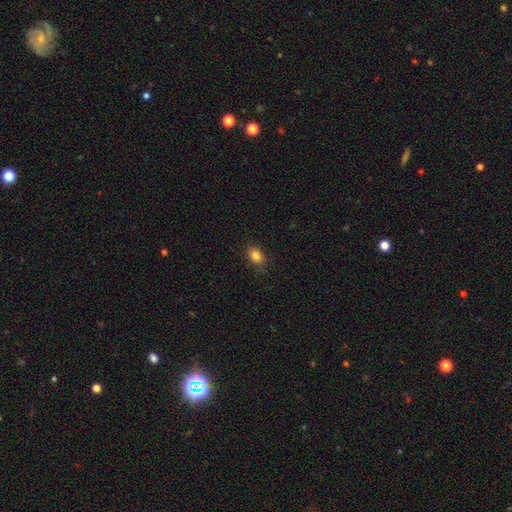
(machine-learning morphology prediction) Q: Smooth or featured?
A: smooth (84%); runner-up: star or artifact (10%)
Q: How rounded?
A: in between (74%); runner-up: round (24%)
Q: Merging?
A: none (84%); runner-up: minor disturbance (12%)